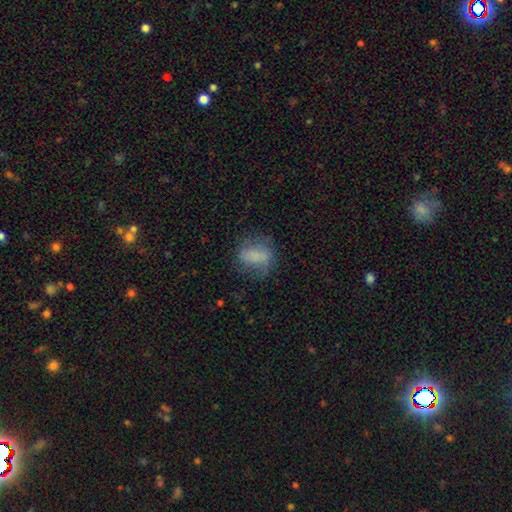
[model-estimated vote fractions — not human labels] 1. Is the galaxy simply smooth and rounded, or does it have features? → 59% smooth, 30% featured or disk, 11% star or artifact.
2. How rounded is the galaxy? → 66% in between, 32% round, 3% cigar-shaped.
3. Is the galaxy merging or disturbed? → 52% none, 25% minor disturbance, 21% major disturbance, 2% merger.